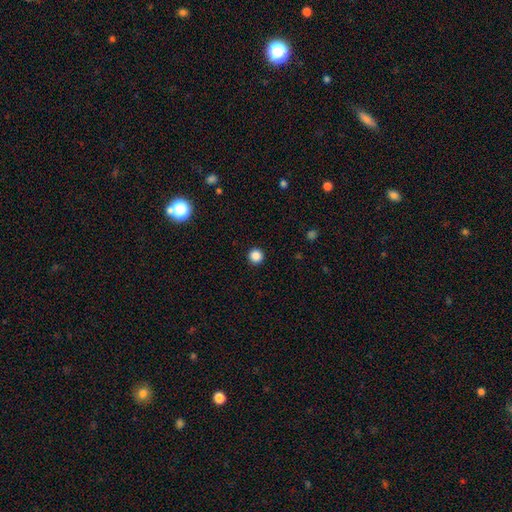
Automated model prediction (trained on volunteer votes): Smooth or featured?
  - smooth: 86% *
  - star or artifact: 11%
  - featured or disk: 3%
How rounded?
  - round: 96% *
  - in between: 3%
  - cigar-shaped: 1%
Merging?
  - none: 93% *
  - minor disturbance: 4%
  - major disturbance: 2%
  - merger: 1%